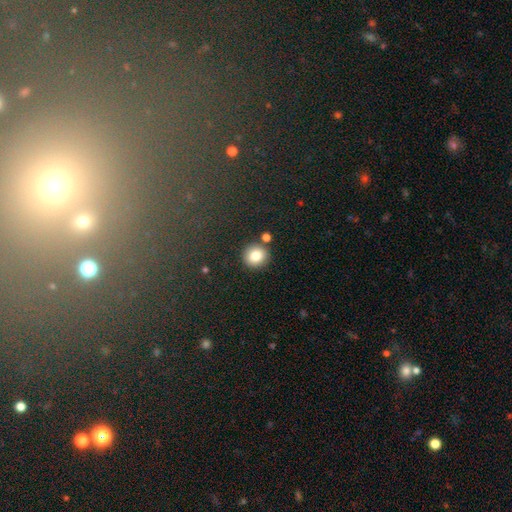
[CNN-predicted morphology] A smooth galaxy with no disk features (82%) that is round (91%).

Vote fractions:
- Smooth or featured? smooth: 82% / star or artifact: 10% / featured or disk: 8%
- How rounded? round: 91% / in between: 8% / cigar-shaped: 1%
- Merging? none: 84% / minor disturbance: 7% / merger: 7% / major disturbance: 2%